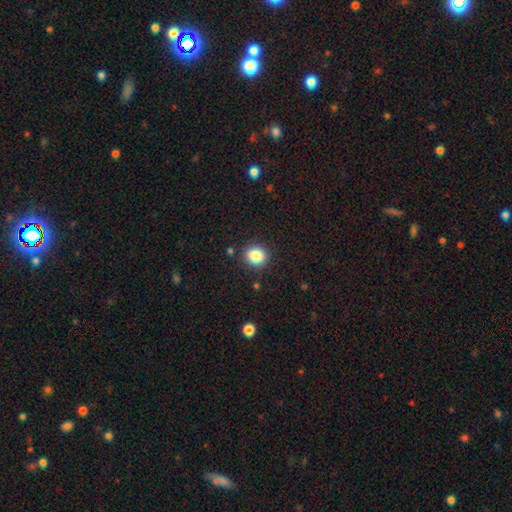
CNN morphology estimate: A smooth galaxy with no disk features (84%) that is round (66%).

Vote fractions:
- Smooth or featured? smooth: 84% / star or artifact: 10% / featured or disk: 6%
- How rounded? round: 66% / in between: 33% / cigar-shaped: 1%
- Merging? none: 87% / minor disturbance: 9% / major disturbance: 2% / merger: 2%